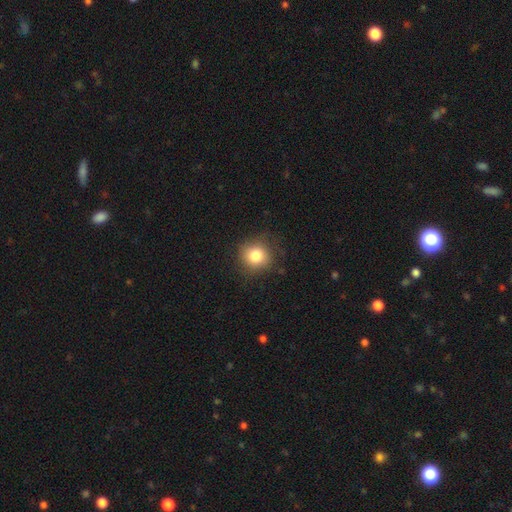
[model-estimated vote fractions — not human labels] The model was most divided on "merging": none: 82%, minor disturbance: 13%, major disturbance: 4%, merger: 1%. More confident: how rounded — round (89%); smooth or featured — smooth (82%).